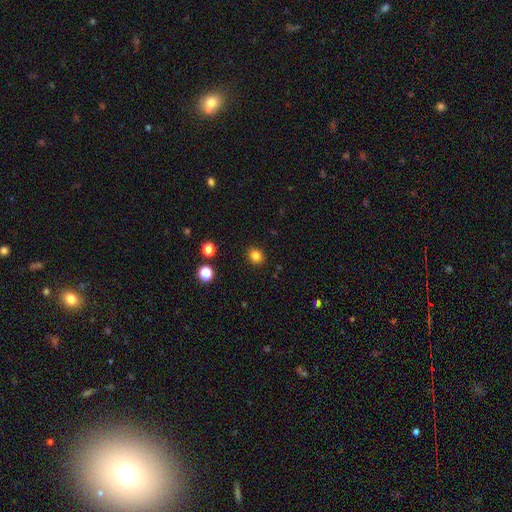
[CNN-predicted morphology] Smooth or featured? smooth (83%)
How rounded? round (73%)
Merging? none (90%)